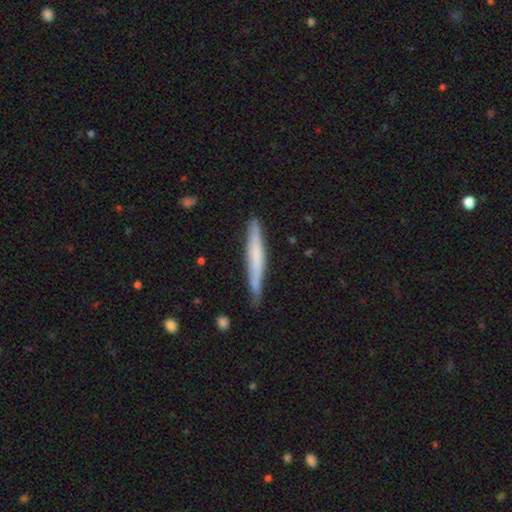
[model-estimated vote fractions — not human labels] Smooth or featured? smooth (54%)
How rounded? cigar-shaped (96%)
Merging? none (82%)